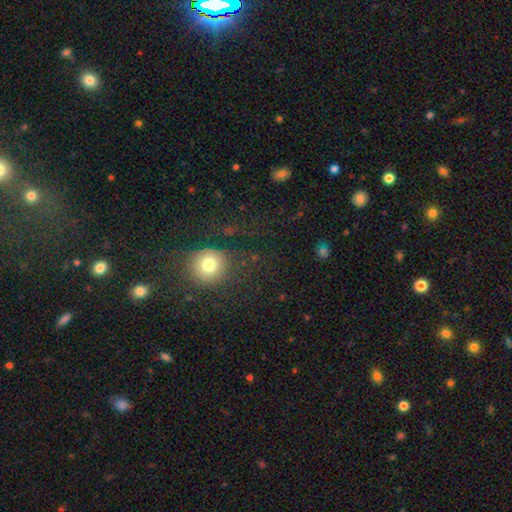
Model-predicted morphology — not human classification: A smooth galaxy with no disk features (63%) that is round (90%). Merging: none (79%).